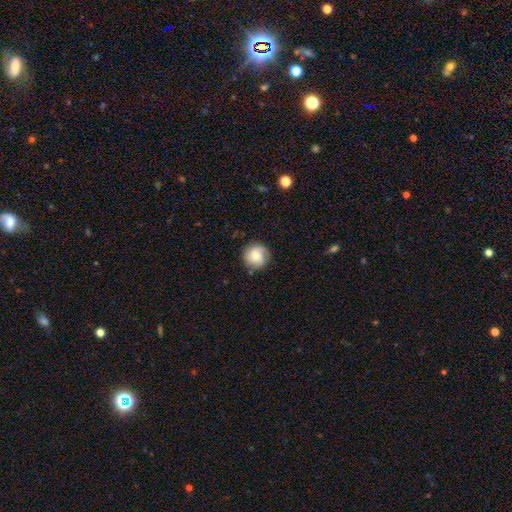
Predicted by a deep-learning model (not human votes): A smooth galaxy with no disk features (73%) that is round (93%).

Vote fractions:
- Smooth or featured? smooth: 73% / featured or disk: 19% / star or artifact: 8%
- How rounded? round: 93% / in between: 6% / cigar-shaped: 1%
- Merging? none: 84% / minor disturbance: 12% / major disturbance: 3% / merger: 1%